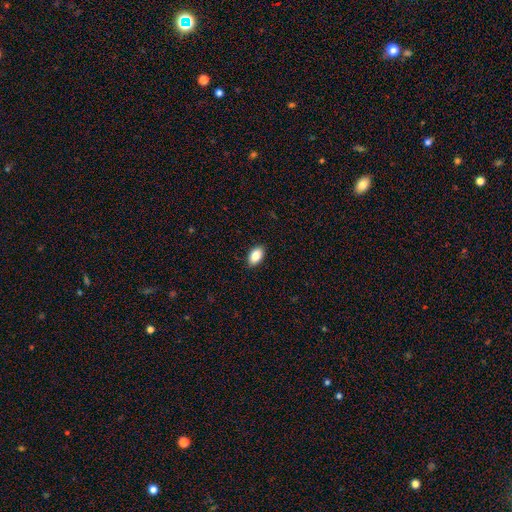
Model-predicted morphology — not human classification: smooth 87%, star or artifact 7%, featured or disk 6%. Down the decision tree: how rounded — in between (92%); merging — none (90%).